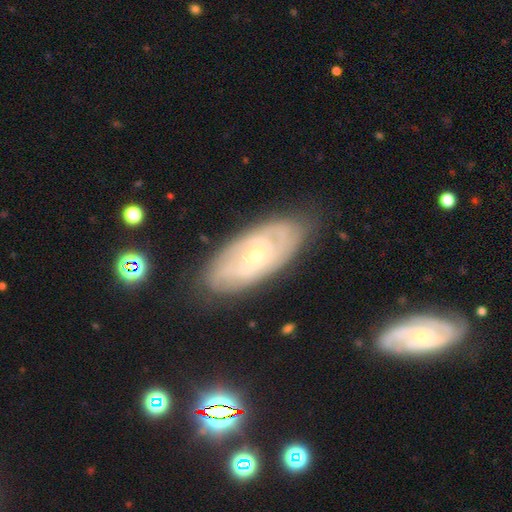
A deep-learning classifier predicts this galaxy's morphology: A featured or disk galaxy (72%) with no bar (75%), tight (68%) spiral arms (82%) and a small central bulge (78%). Merging: none (77%).